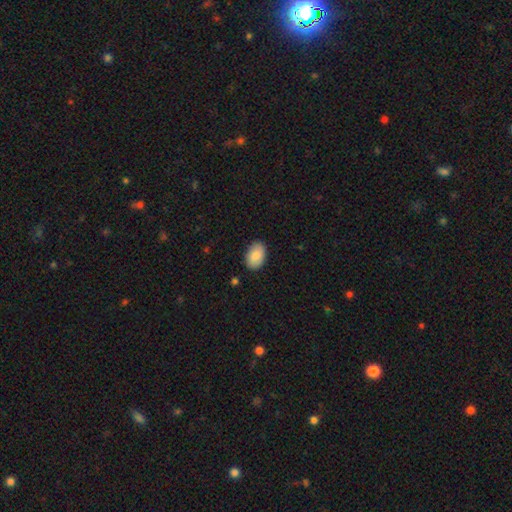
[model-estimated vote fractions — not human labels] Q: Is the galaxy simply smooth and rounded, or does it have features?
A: smooth — 87%.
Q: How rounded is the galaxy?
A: in between — 90%.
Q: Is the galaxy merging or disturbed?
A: none — 88%.